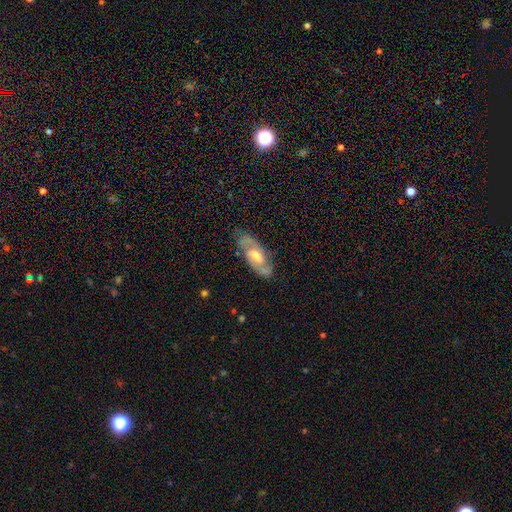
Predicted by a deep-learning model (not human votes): Overall: featured or disk (78%). Edge-on disk: no (91%). Bar: weak (50%; no 36%). Spiral arms: yes (90%). Spiral arm count: 2 (86%). Spiral winding: medium (52%; tight 32%). Bulge size: moderate (63%). Merging: none (79%).